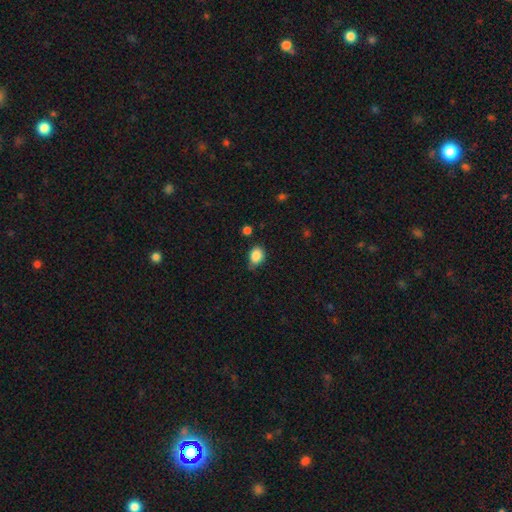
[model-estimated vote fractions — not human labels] A smooth galaxy with no disk features (87%) that is in between round and cigar-shaped (57%).

Vote fractions:
- Smooth or featured? smooth: 87% / star or artifact: 9% / featured or disk: 4%
- How rounded? in between: 57% / round: 42% / cigar-shaped: 1%
- Merging? none: 66% / minor disturbance: 27% / major disturbance: 4% / merger: 3%